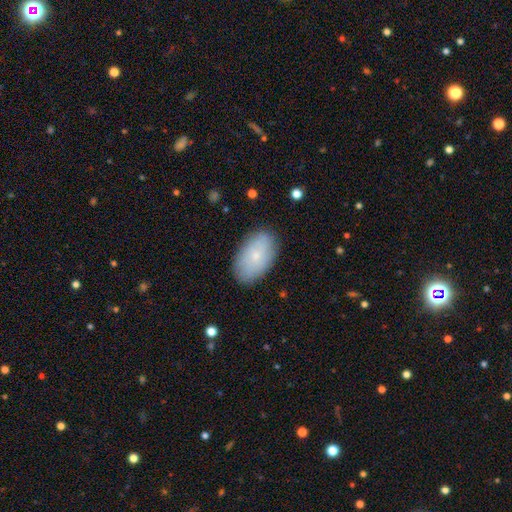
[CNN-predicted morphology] smooth_or_featured: smooth (p=0.70) [alt: featured or disk p=0.23]
how_rounded: in between (p=0.93) [alt: round p=0.05]
merging: none (p=0.84) [alt: minor disturbance p=0.12]